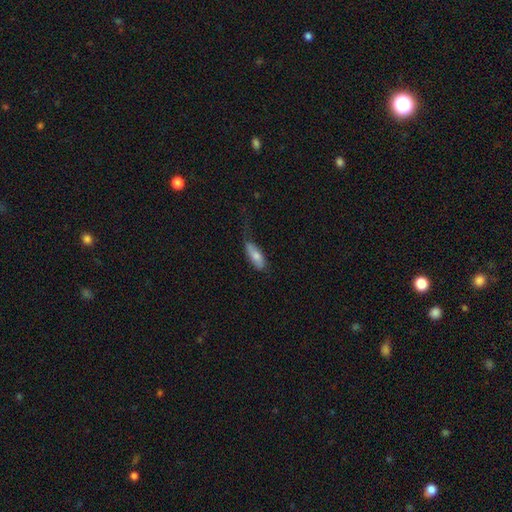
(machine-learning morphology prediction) Q: Smooth or featured?
A: smooth (75%); runner-up: featured or disk (20%)
Q: How rounded?
A: in between (71%); runner-up: cigar-shaped (27%)
Q: Merging?
A: none (47%); runner-up: minor disturbance (34%)